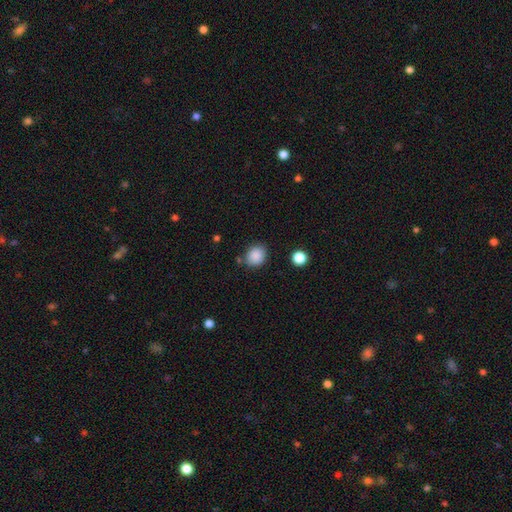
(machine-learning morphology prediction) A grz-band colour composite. It shows a smooth galaxy with no disk features (87%) that is round (61%). Merging: none (78%).